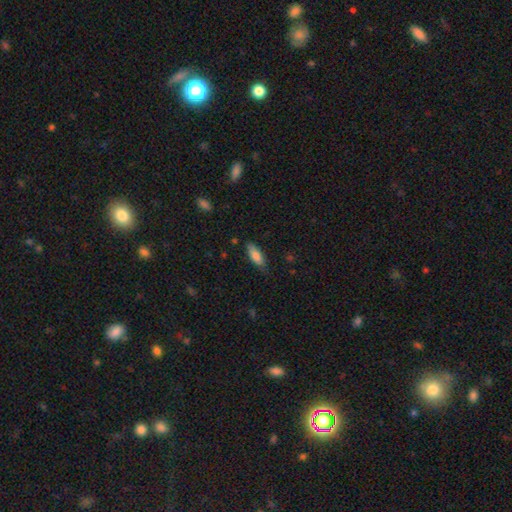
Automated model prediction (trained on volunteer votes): Smooth or featured? smooth (81%)
How rounded? in between (64%)
Merging? none (77%)